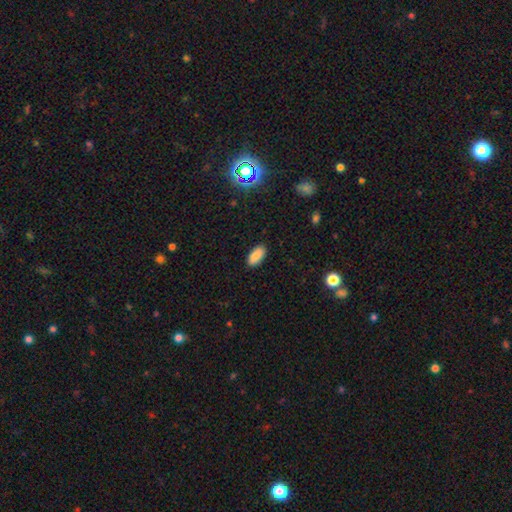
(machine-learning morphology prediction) type=smooth (85%); roundness=in between (93%); merging=none (88%).